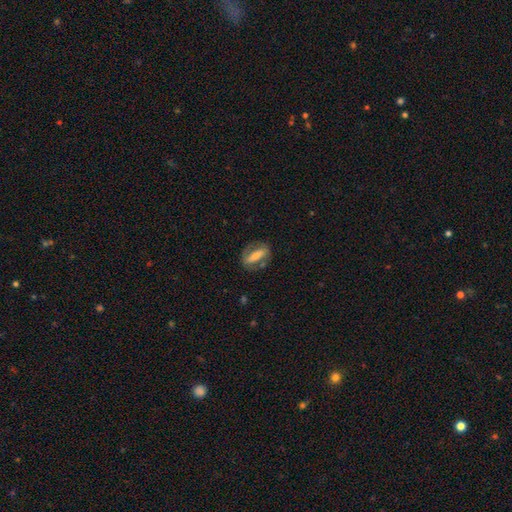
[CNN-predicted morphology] A featured or disk galaxy (47%). Merging: none (69%).